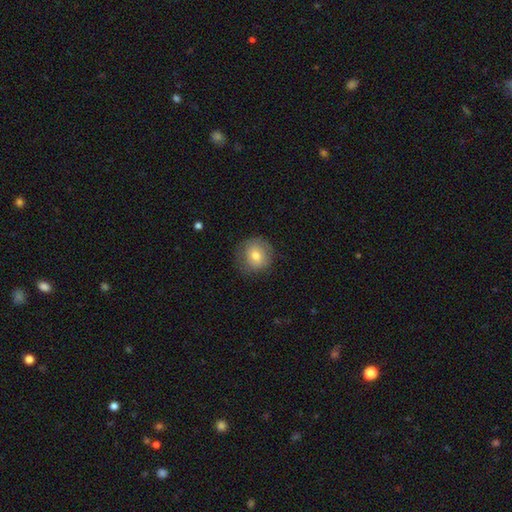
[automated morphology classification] This appears to be a smooth galaxy with no disk features (70%) that is round (87%). Merging: none (77%).